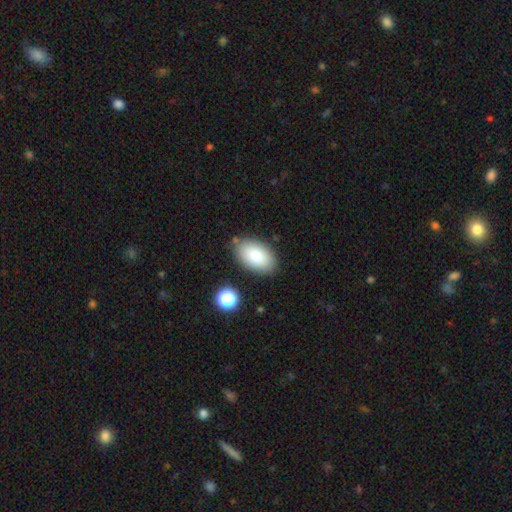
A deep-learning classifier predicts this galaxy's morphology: type=smooth (82%); roundness=in between (93%); merging=none (81%).